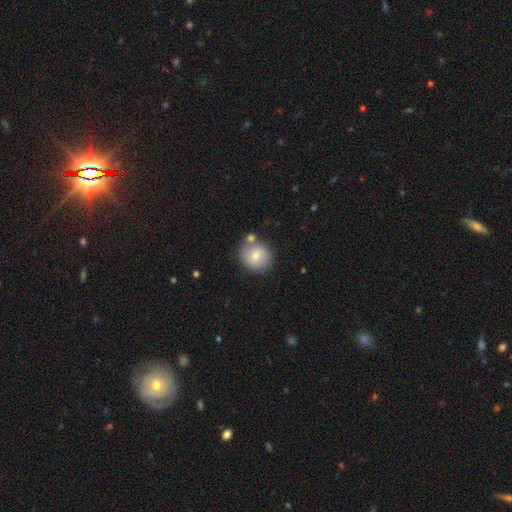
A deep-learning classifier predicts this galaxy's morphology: smooth 72%, featured or disk 20%, star or artifact 8%. Down the decision tree: how rounded — round (88%); merging — none (68%).